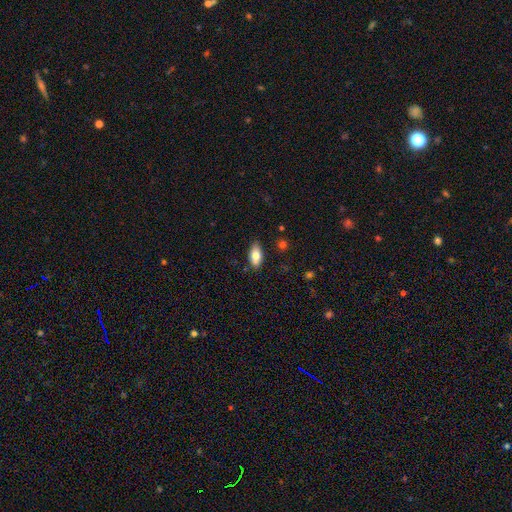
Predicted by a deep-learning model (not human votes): Morphology: type=smooth (78%); roundness=in between (89%); merging=none (81%).